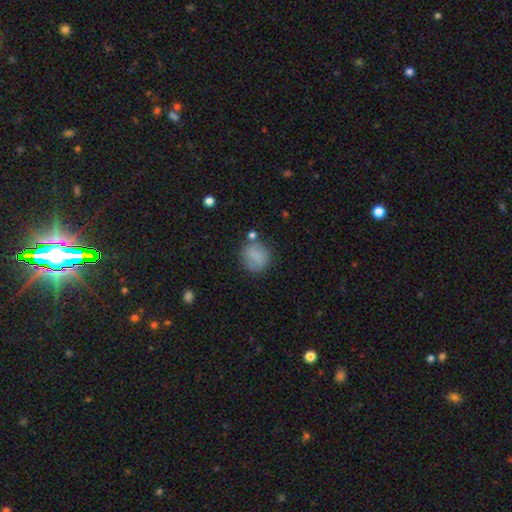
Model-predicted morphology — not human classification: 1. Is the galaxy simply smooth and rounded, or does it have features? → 82% smooth, 10% star or artifact, 9% featured or disk.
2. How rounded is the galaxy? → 83% round, 16% in between, 1% cigar-shaped.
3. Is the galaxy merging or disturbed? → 71% none, 17% minor disturbance, 7% merger, 6% major disturbance.